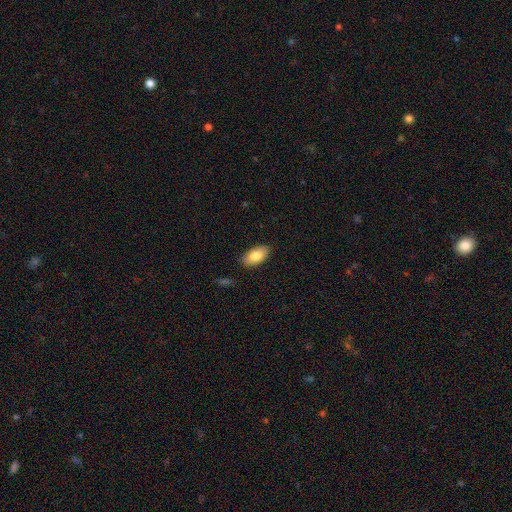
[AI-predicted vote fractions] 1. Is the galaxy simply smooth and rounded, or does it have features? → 83% smooth, 11% featured or disk, 6% star or artifact.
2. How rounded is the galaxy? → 94% in between, 3% round, 3% cigar-shaped.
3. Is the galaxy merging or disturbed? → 87% none, 10% minor disturbance, 2% major disturbance, 1% merger.